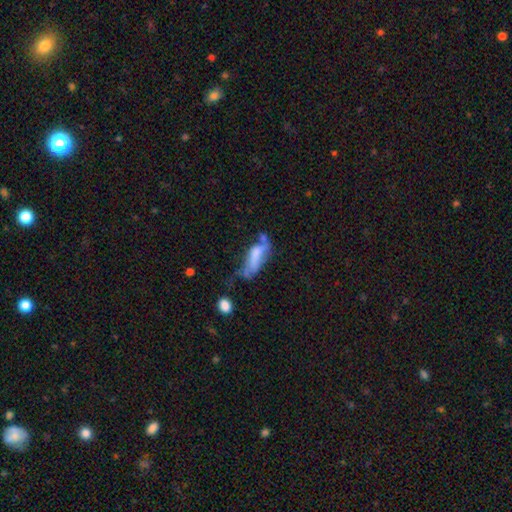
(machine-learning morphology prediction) Smooth or featured? Predicted: smooth (p=0.52). How rounded? Predicted: in between (p=0.65). Merging? Predicted: major disturbance (p=0.36).